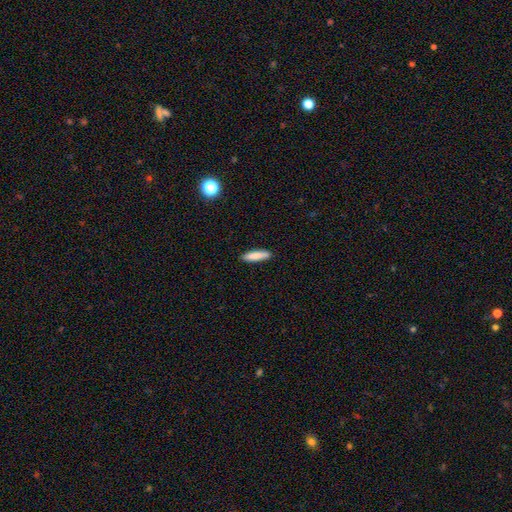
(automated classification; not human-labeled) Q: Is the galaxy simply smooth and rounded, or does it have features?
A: smooth — 86%.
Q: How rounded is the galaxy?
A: cigar-shaped — 76%.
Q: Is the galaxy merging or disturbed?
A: none — 89%.